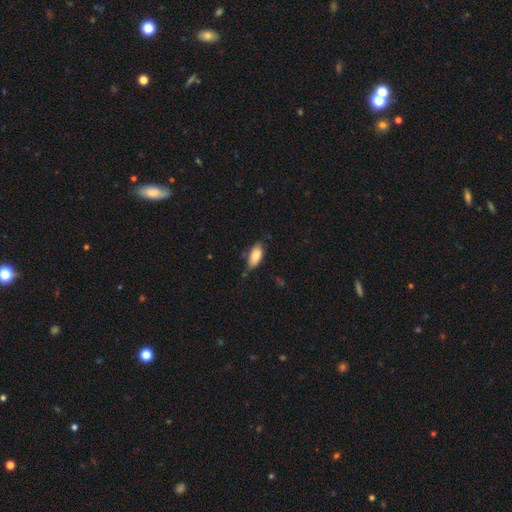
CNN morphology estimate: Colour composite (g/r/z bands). It shows a smooth galaxy with no disk features (83%) that is in between round and cigar-shaped (87%). Merging: none (68%).